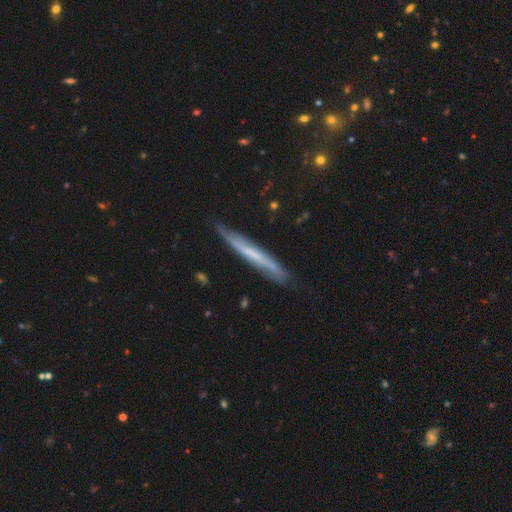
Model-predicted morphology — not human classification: Smooth or featured: featured or disk — 55% (smooth — 38%)
Edge-on disk: yes — 88% (no — 12%)
Merging: none — 81% (minor disturbance — 15%)